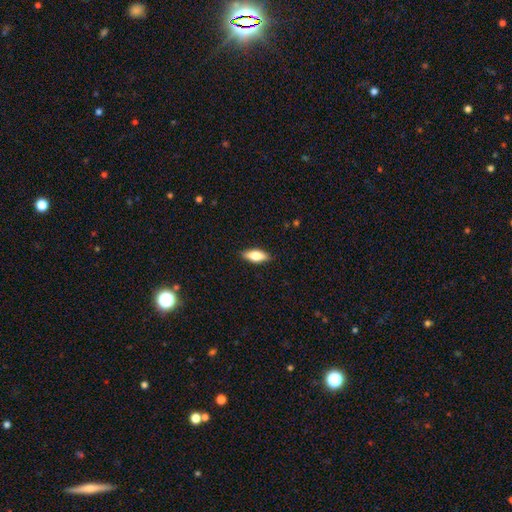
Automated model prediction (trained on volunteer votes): Smooth or featured? smooth (70%)
How rounded? in between (75%)
Merging? none (88%)